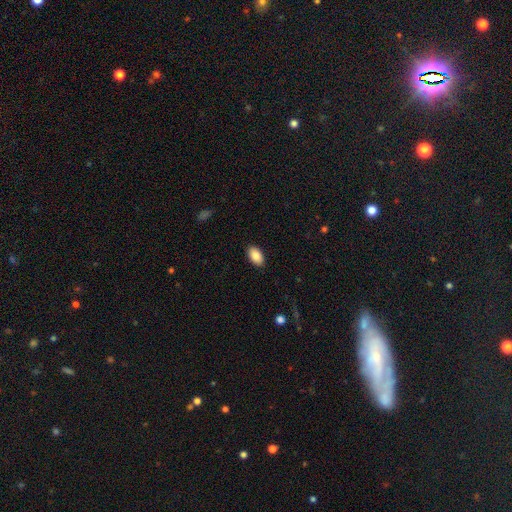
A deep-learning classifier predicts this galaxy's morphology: The model was most divided on "merging": none: 89%, minor disturbance: 8%, major disturbance: 2%, merger: 1%. More confident: how rounded — in between (94%); smooth or featured — smooth (89%).